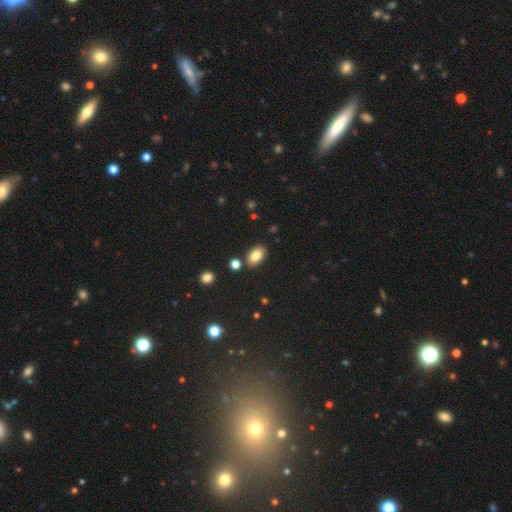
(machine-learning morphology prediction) smooth 84%, star or artifact 9%, featured or disk 8%. Down the decision tree: how rounded — in between (90%); merging — none (83%).